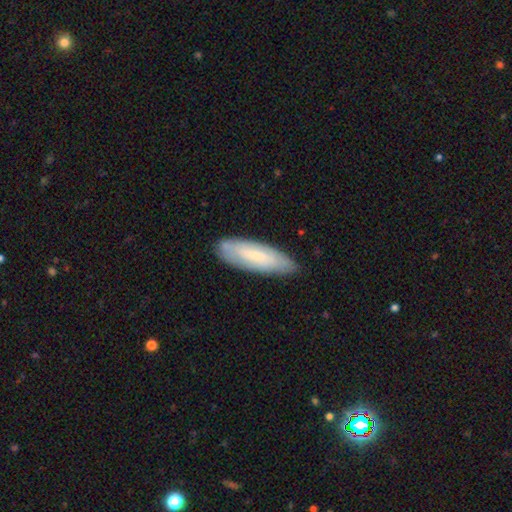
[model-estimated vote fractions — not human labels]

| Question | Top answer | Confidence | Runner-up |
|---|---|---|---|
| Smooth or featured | smooth | 62% | featured or disk (32%) |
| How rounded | cigar-shaped | 51% | in between (48%) |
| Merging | none | 81% | minor disturbance (15%) |